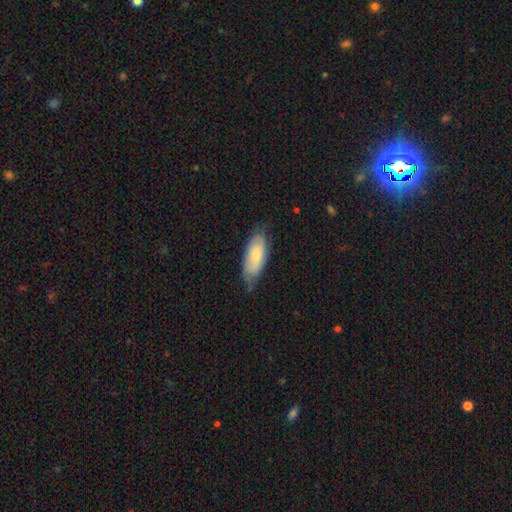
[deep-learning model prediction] This appears to be a smooth galaxy with no disk features (65%) that is in between round and cigar-shaped (85%). Merging: none (63%).